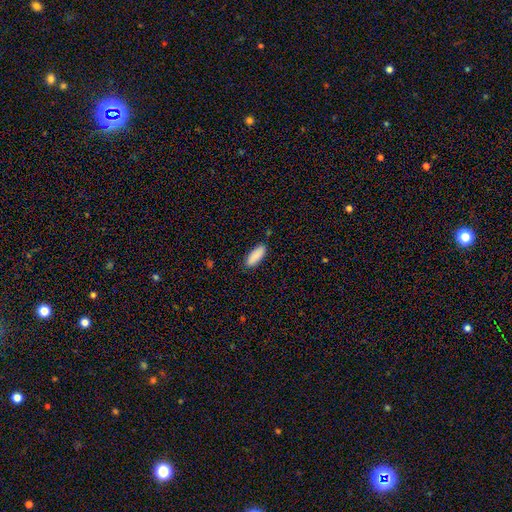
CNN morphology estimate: Q: Smooth or featured?
A: smooth (89%); runner-up: star or artifact (6%)
Q: How rounded?
A: in between (73%); runner-up: cigar-shaped (26%)
Q: Merging?
A: none (87%); runner-up: minor disturbance (10%)